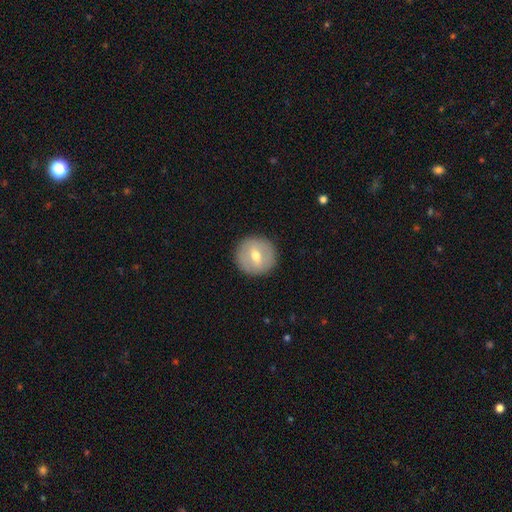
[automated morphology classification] A smooth galaxy with no disk features (51%) that is round (94%).

Vote fractions:
- Smooth or featured? smooth: 51% / featured or disk: 42% / star or artifact: 7%
- How rounded? round: 94% / in between: 5% / cigar-shaped: 1%
- Merging? none: 90% / minor disturbance: 6% / major disturbance: 2% / merger: 1%